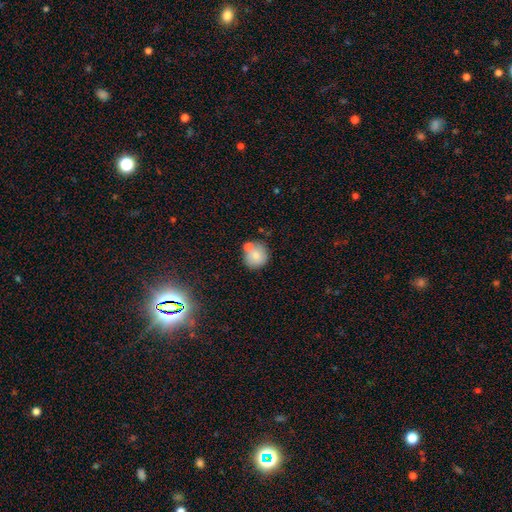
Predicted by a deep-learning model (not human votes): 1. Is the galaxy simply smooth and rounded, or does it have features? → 76% smooth, 14% featured or disk, 9% star or artifact.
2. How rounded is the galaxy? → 89% round, 10% in between, 1% cigar-shaped.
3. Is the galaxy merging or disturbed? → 61% none, 24% merger, 12% minor disturbance, 3% major disturbance.